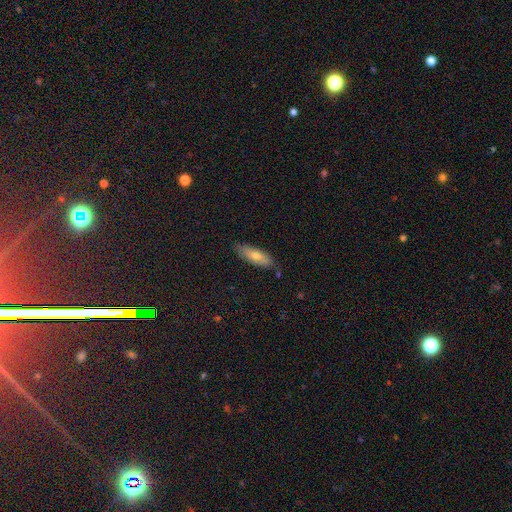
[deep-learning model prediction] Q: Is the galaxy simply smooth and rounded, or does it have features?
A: smooth — 63%.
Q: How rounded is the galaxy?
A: in between — 54%.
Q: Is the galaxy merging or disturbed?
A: none — 83%.